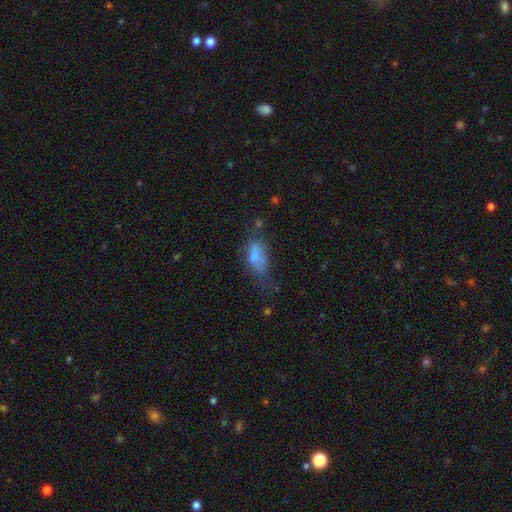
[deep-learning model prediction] The model was most divided on "merging": none: 33%, minor disturbance: 29%, major disturbance: 23%, merger: 14%. More confident: how rounded — in between (84%); smooth or featured — smooth (70%).